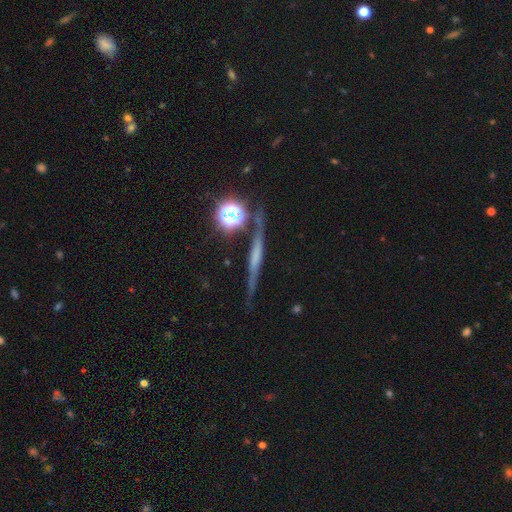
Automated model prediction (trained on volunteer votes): Morphology: type=featured or disk (61%); edge-on=yes (91%); edge-on bulge=none (54%); merging=none (77%).